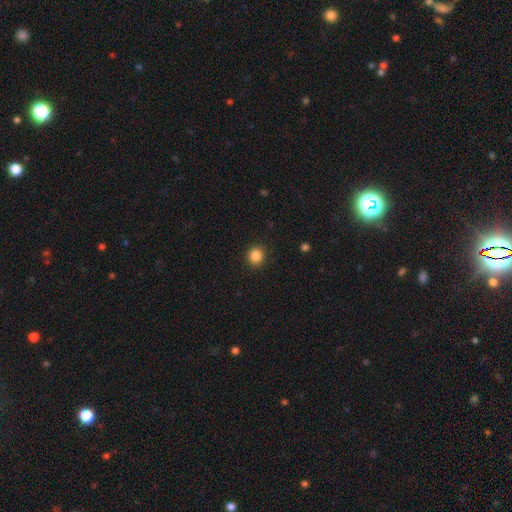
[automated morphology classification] smooth-or-featured: smooth: 86% | star or artifact: 11% | featured or disk: 3%
  how-rounded: round: 92% | in between: 7% | cigar-shaped: 1%
  merging: none: 92% | minor disturbance: 5% | major disturbance: 2% | merger: 1%